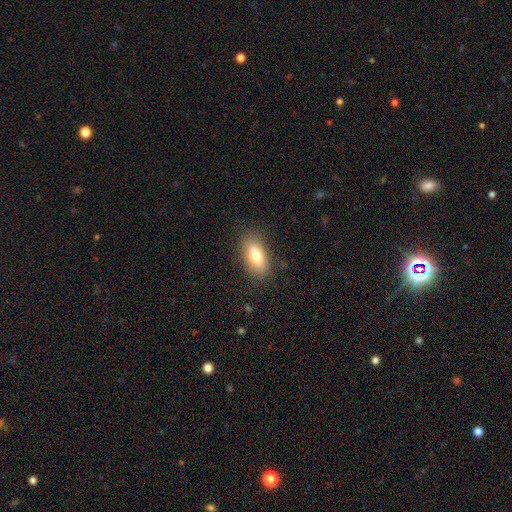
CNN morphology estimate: This is likely a smooth galaxy (78%). How rounded: clearly in between (85%). Merging: clearly none (84%).